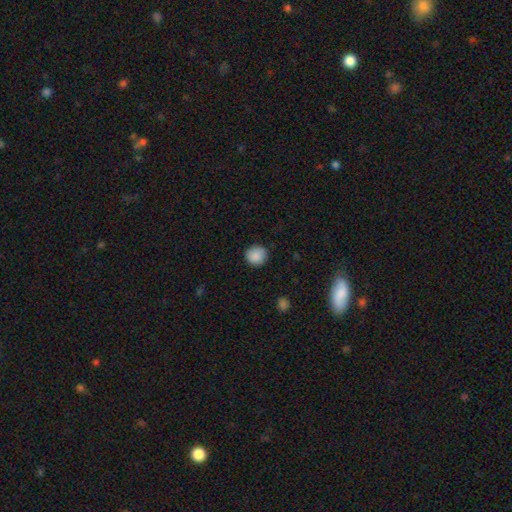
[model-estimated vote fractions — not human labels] The model was most divided on "merging": none: 87%, minor disturbance: 10%, major disturbance: 2%, merger: 1%. More confident: how rounded — round (90%); smooth or featured — smooth (88%).